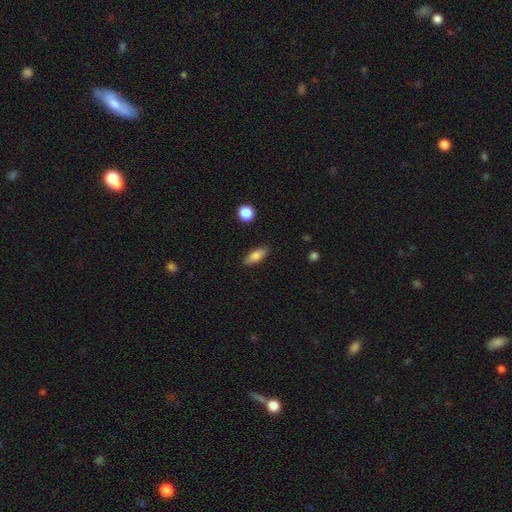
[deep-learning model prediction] Smooth or featured: smooth — 80% (featured or disk — 13%)
How rounded: in between — 75% (cigar-shaped — 21%)
Merging: none — 86% (minor disturbance — 11%)